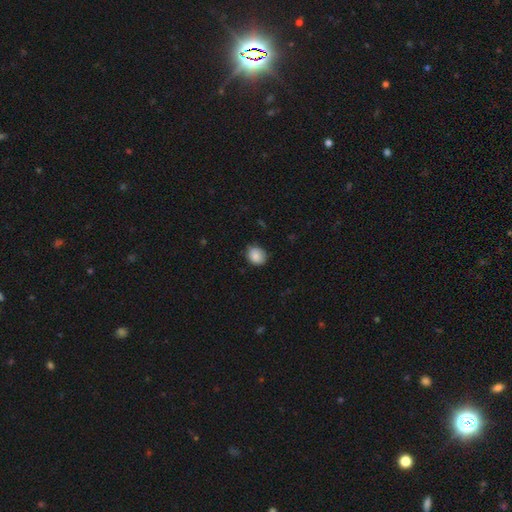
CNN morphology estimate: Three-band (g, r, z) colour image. It shows a smooth galaxy with no disk features (87%) that is round (55%). Merging: none (78%).